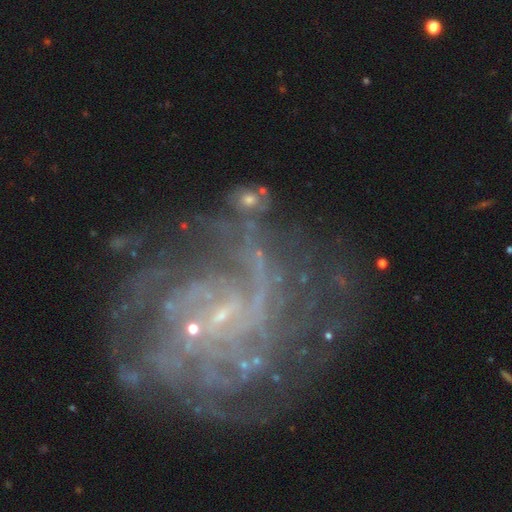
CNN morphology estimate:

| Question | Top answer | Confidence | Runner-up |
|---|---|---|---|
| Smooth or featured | featured or disk | 86% | star or artifact (9%) |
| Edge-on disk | no | 98% | yes (2%) |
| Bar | weak | 48% | no (35%) |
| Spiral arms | yes | 95% | no (5%) |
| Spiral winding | tight | 49% | medium (37%) |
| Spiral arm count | can't tell | 28% | 4 (19%) |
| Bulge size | small | 76% | none (15%) |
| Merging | none | 63% | major disturbance (17%) |